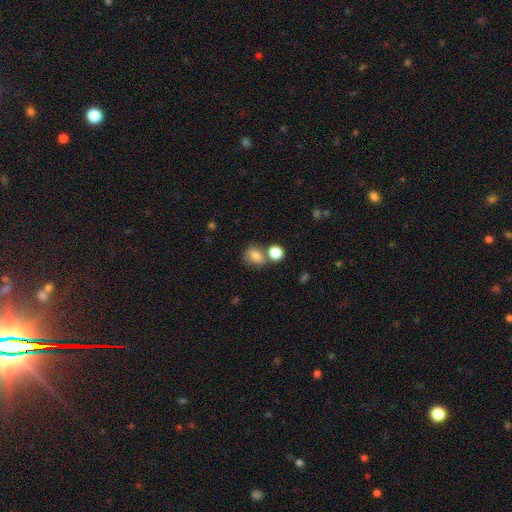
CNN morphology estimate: Smooth or featured?
  - smooth: 77% *
  - star or artifact: 11%
  - featured or disk: 11%
How rounded?
  - round: 53% *
  - in between: 45%
  - cigar-shaped: 1%
Merging?
  - none: 51% *
  - merger: 29%
  - minor disturbance: 15%
  - major disturbance: 6%